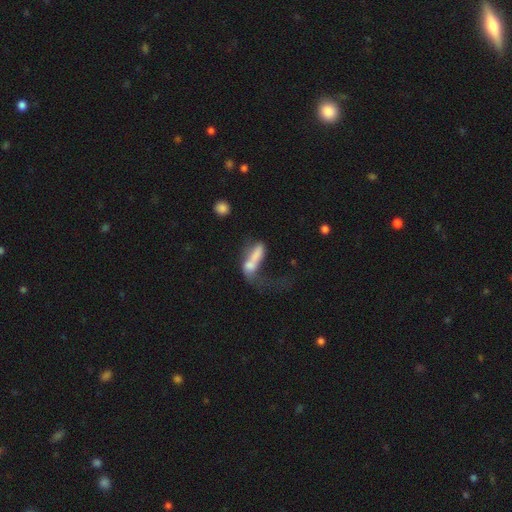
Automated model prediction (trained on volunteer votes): Smooth or featured? smooth (58%)
How rounded? in between (55%)
Merging? merger (45%)